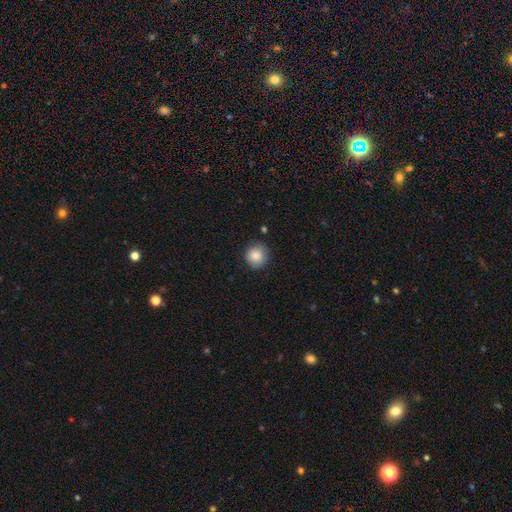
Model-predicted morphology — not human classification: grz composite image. It shows a smooth galaxy with no disk features (86%) that is round (91%). Merging: none (83%).